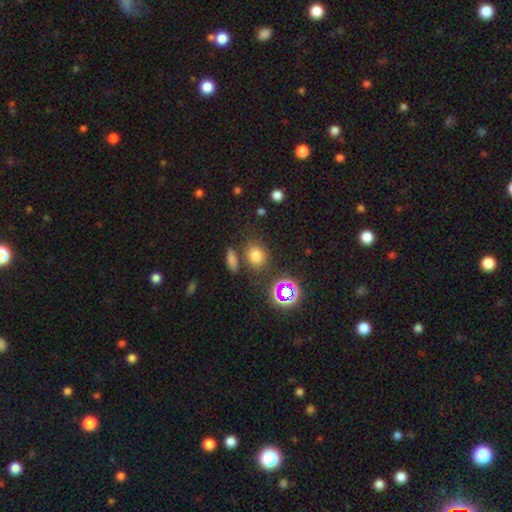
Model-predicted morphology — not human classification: Overall: smooth (71%). How rounded: round (65%; in between 33%). Merging: none (71%).